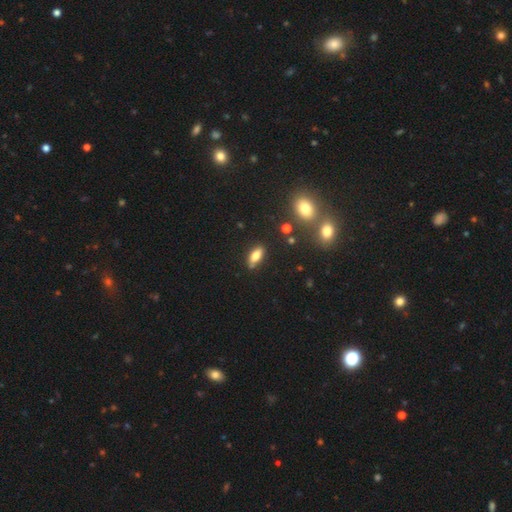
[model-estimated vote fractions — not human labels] Smooth or featured: smooth — 74% (featured or disk — 16%)
How rounded: in between — 77% (cigar-shaped — 19%)
Merging: none — 79% (minor disturbance — 15%)